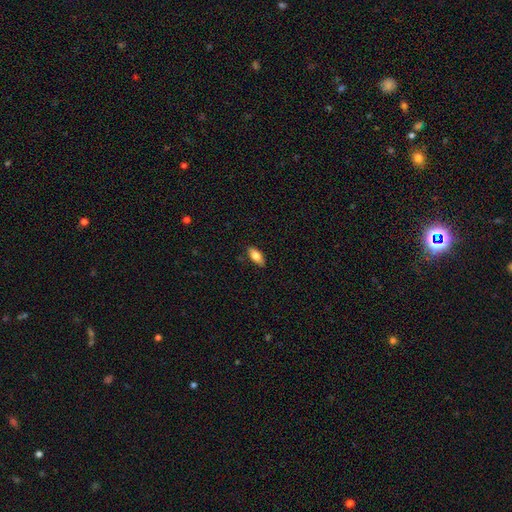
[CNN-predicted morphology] This is likely a smooth galaxy (78%). How rounded: clearly in between (85%). Merging: clearly none (86%).